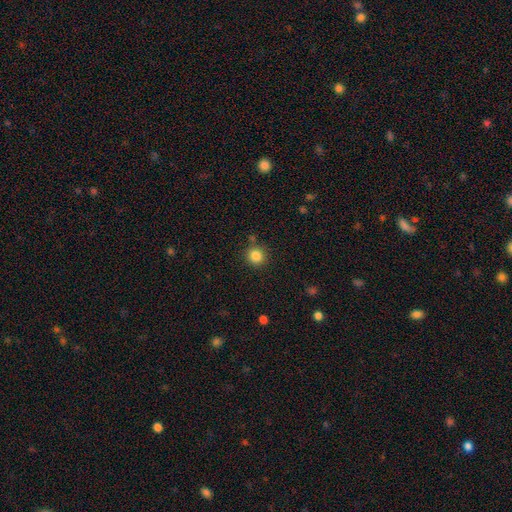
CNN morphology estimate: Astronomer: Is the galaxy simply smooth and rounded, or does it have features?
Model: smooth — 85%.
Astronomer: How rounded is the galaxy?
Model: round — 91%.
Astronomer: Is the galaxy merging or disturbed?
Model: none — 85%.